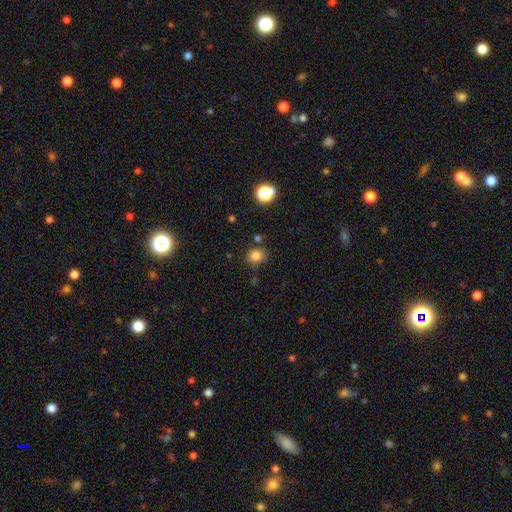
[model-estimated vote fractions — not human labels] Overall: smooth (82%). How rounded: round (68%; in between 31%). Merging: none (80%).